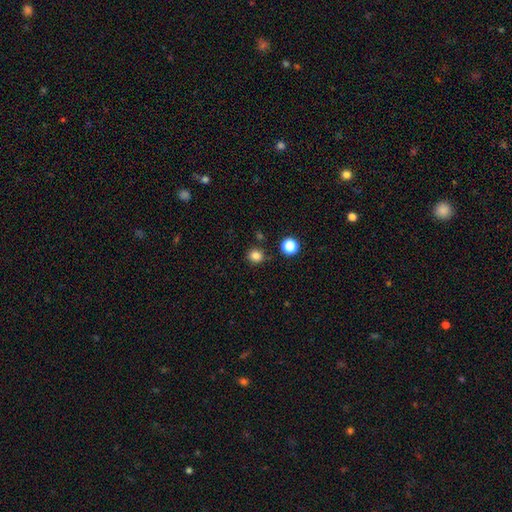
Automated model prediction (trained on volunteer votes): This appears to be a smooth galaxy with no disk features (83%) that is round (89%). Merging: none (87%).